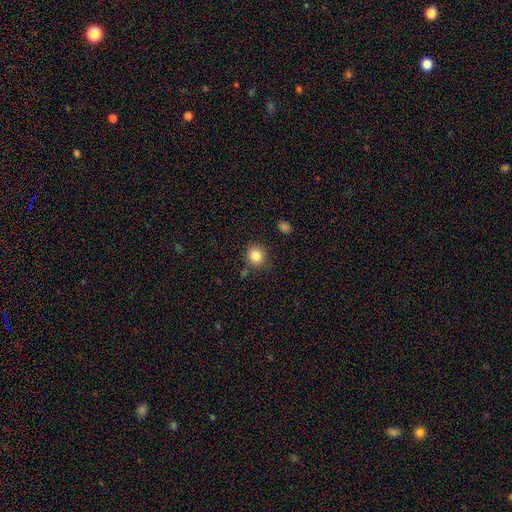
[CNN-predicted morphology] smooth-or-featured: smooth: 84% | star or artifact: 10% | featured or disk: 6%
  how-rounded: round: 81% | in between: 18% | cigar-shaped: 1%
  merging: none: 83% | minor disturbance: 11% | merger: 3% | major disturbance: 3%